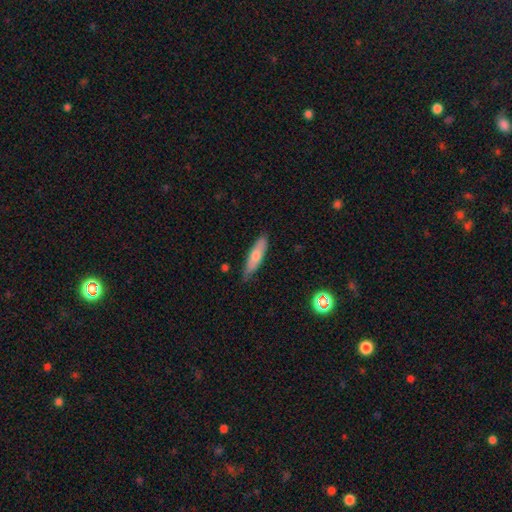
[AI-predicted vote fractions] A smooth galaxy with no disk features (60%) that is cigar-shaped (72%).

Vote fractions:
- Smooth or featured? smooth: 60% / featured or disk: 33% / star or artifact: 7%
- How rounded? cigar-shaped: 72% / in between: 25% / round: 2%
- Merging? none: 83% / minor disturbance: 14% / major disturbance: 2% / merger: 1%